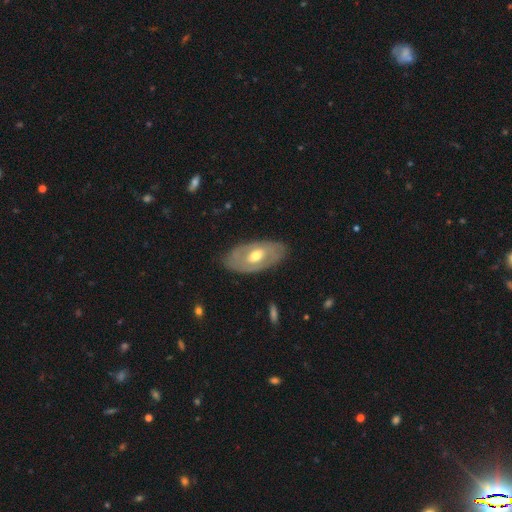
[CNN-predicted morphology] A featured or disk galaxy (62%) with no bar (56%), no spiral arms (66%) and a moderate central bulge (71%).

Vote fractions:
- Smooth or featured? featured or disk: 62% / smooth: 33% / star or artifact: 5%
- Edge-on disk? no: 88% / yes: 12%
- Bar? no: 56% / weak: 33% / strong: 12%
- Spiral arms? no: 66% / yes: 34%
- Bulge size? moderate: 71% / small: 20% / large: 7% / dominant: 1% / none: 1%
- Merging? none: 81% / minor disturbance: 14% / major disturbance: 4% / merger: 1%